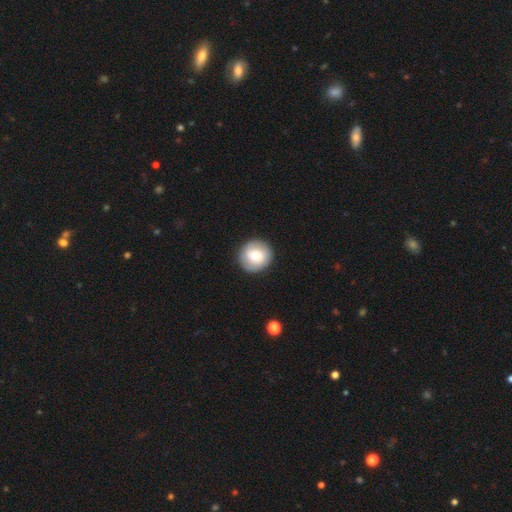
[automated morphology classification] A smooth galaxy with no disk features (68%) that is round (93%). Merging: none (89%).